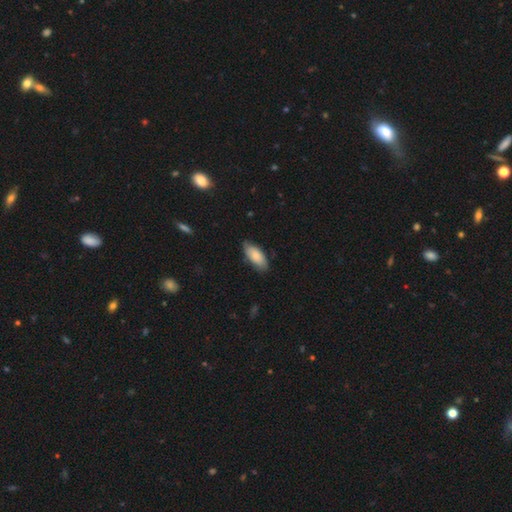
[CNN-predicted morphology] smooth 82%, featured or disk 12%, star or artifact 6%. Down the decision tree: how rounded — in between (86%); merging — none (78%).